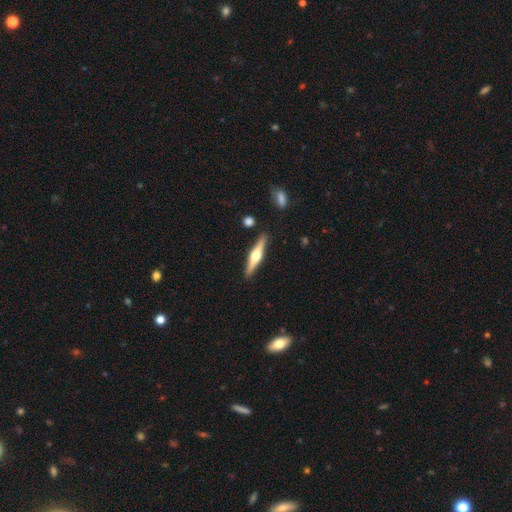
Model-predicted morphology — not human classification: A featured or disk galaxy (70%) viewed edge-on (97%) with a rounded central bulge (94%).

Vote fractions:
- Smooth or featured? featured or disk: 70% / smooth: 25% / star or artifact: 5%
- Edge-on disk? yes: 97% / no: 3%
- Edge-on bulge? rounded: 94% / boxy: 4% / none: 2%
- Merging? none: 88% / minor disturbance: 8% / merger: 2% / major disturbance: 2%